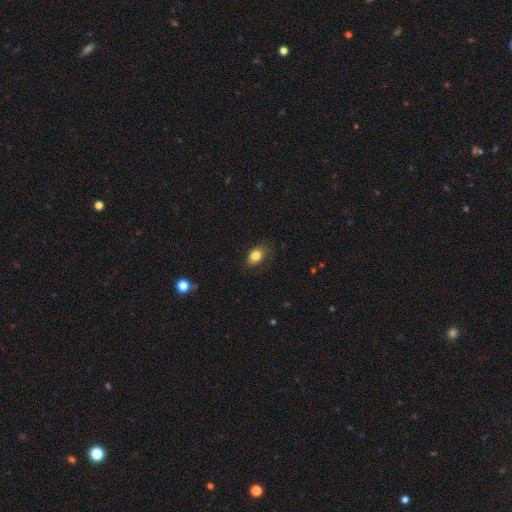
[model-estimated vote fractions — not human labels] Morphology: type=smooth (83%); roundness=in between (82%); merging=none (79%).